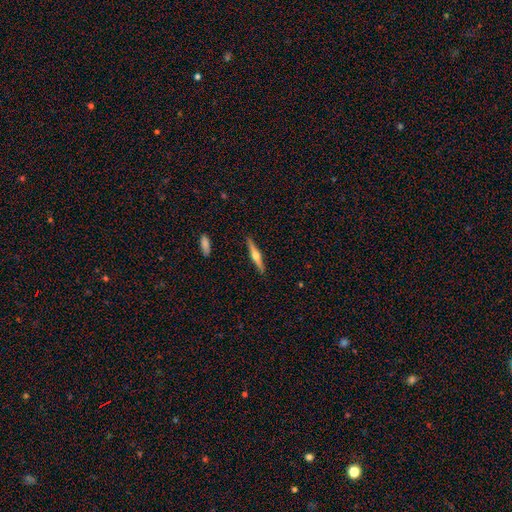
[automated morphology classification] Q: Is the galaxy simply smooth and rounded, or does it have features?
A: featured or disk — 68%.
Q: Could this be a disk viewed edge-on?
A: yes — 98%.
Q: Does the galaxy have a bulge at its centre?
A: rounded — 94%.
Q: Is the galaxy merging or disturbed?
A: none — 91%.